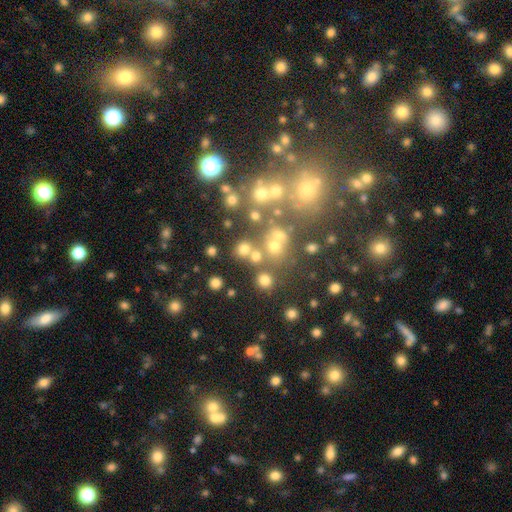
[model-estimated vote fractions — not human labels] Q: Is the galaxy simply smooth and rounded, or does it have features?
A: smooth — 70%.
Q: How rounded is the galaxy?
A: round — 88%.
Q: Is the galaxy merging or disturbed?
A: none — 71%.